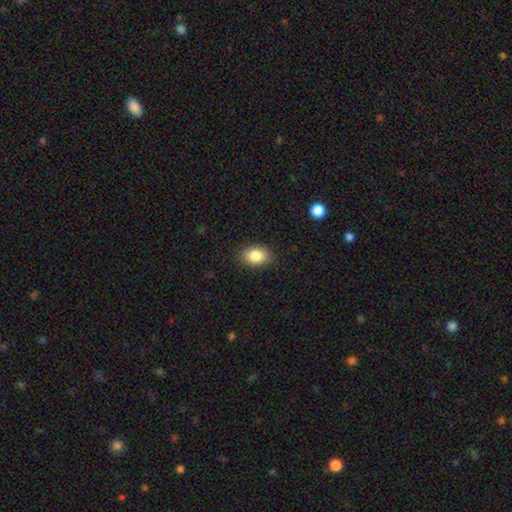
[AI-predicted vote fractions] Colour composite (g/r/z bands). It shows a smooth galaxy with no disk features (85%) that is in between round and cigar-shaped (77%). Merging: none (86%).